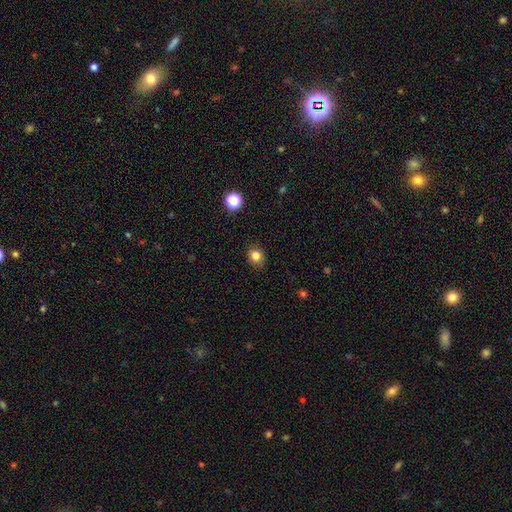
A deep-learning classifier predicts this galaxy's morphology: Smooth or featured? smooth (81%)
How rounded? round (67%)
Merging? none (87%)